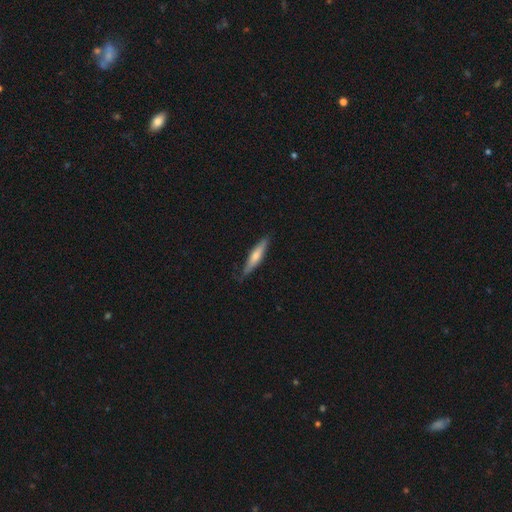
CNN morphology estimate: A smooth galaxy with no disk features (61%) that is cigar-shaped (85%). Merging: none (80%).